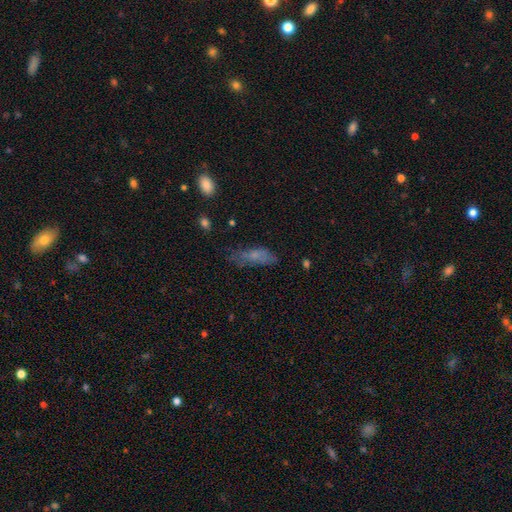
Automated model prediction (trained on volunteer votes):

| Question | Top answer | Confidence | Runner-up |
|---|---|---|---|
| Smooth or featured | smooth | 62% | featured or disk (26%) |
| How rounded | in between | 53% | cigar-shaped (44%) |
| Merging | none | 48% | minor disturbance (30%) |